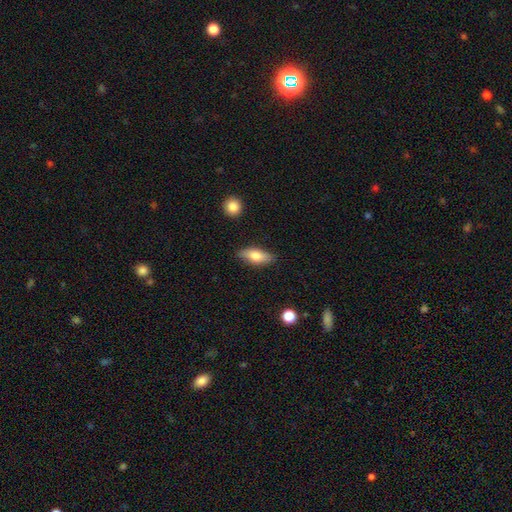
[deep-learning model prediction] Smooth or featured?
  - smooth: 73% *
  - featured or disk: 20%
  - star or artifact: 6%
How rounded?
  - in between: 75% *
  - cigar-shaped: 22%
  - round: 3%
Merging?
  - none: 84% *
  - minor disturbance: 12%
  - major disturbance: 3%
  - merger: 2%